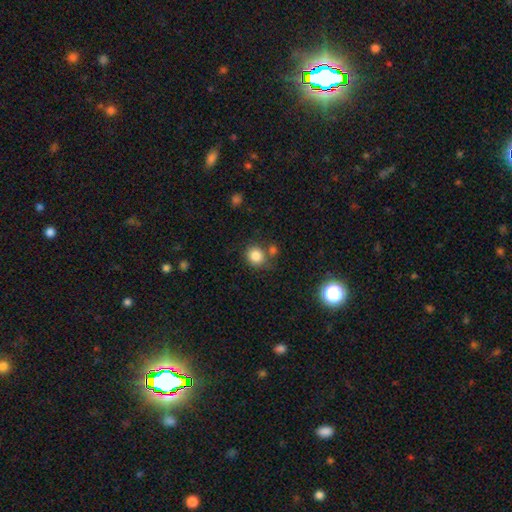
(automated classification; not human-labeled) A smooth galaxy with no disk features (84%) that is round (86%).

Vote fractions:
- Smooth or featured? smooth: 84% / star or artifact: 11% / featured or disk: 5%
- How rounded? round: 86% / in between: 13% / cigar-shaped: 1%
- Merging? none: 69% / merger: 15% / minor disturbance: 12% / major disturbance: 4%